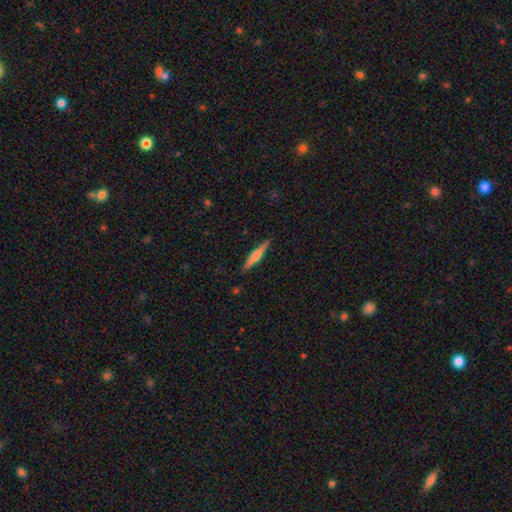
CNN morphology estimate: Overall: featured or disk (52%; smooth 43%). Edge-on disk: yes (97%). Edge-on bulge: rounded (72%). Merging: none (89%).